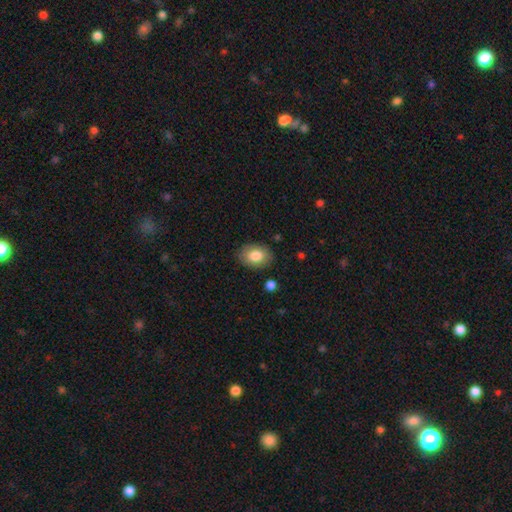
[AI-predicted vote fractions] A smooth galaxy with no disk features (83%) that is in between round and cigar-shaped (77%). Merging: none (85%).